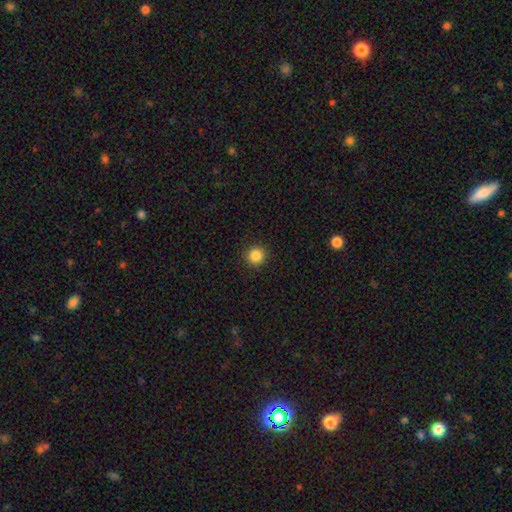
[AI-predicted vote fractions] smooth-or-featured: smooth: 85% | star or artifact: 11% | featured or disk: 4%
  how-rounded: round: 95% | in between: 4% | cigar-shaped: 1%
  merging: none: 92% | minor disturbance: 5% | major disturbance: 2% | merger: 1%